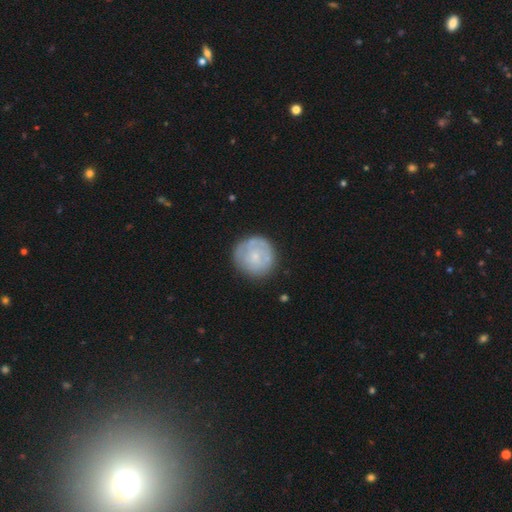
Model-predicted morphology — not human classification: smooth 57%, featured or disk 37%, star or artifact 6%. Down the decision tree: how rounded — round (94%); merging — none (76%).